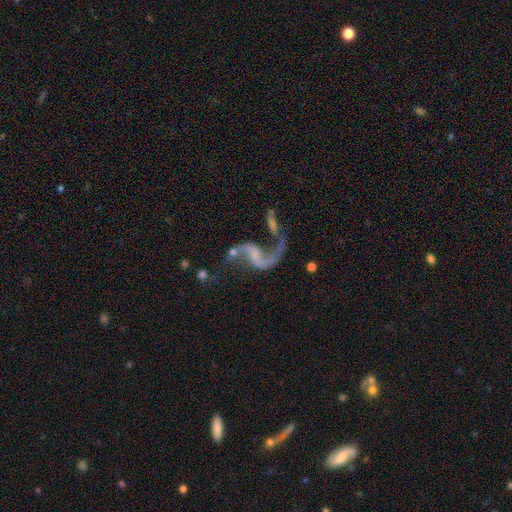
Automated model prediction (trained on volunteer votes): Smooth or featured?
  - featured or disk: 88% *
  - star or artifact: 7%
  - smooth: 6%
Edge-on disk?
  - no: 97% *
  - yes: 3%
Bar?
  - no: 44% *
  - weak: 39%
  - strong: 18%
Spiral arms?
  - yes: 93% *
  - no: 7%
Spiral winding?
  - loose: 88% *
  - medium: 10%
  - tight: 2%
Spiral arm count?
  - 2: 87% *
  - 1: 9%
  - can't tell: 1%
  - 3: 1%
  - 4: 1%
  - more than 4: 1%
Bulge size?
  - small: 44% *
  - none: 39%
  - moderate: 13%
  - large: 2%
  - dominant: 1%
Merging?
  - none: 46% *
  - major disturbance: 21%
  - merger: 17%
  - minor disturbance: 16%